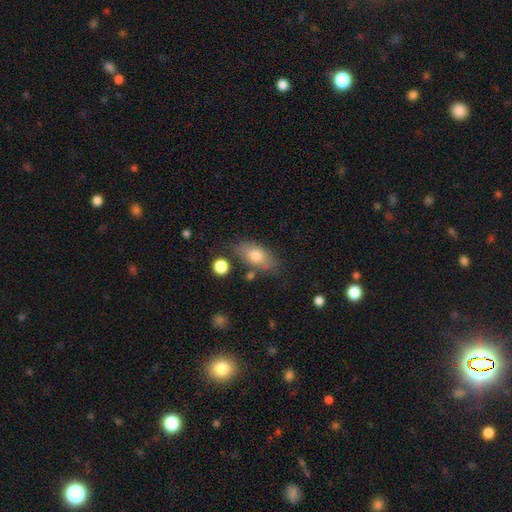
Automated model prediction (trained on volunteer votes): smooth 74%, featured or disk 18%, star or artifact 8%. Down the decision tree: how rounded — in between (87%); merging — none (73%).